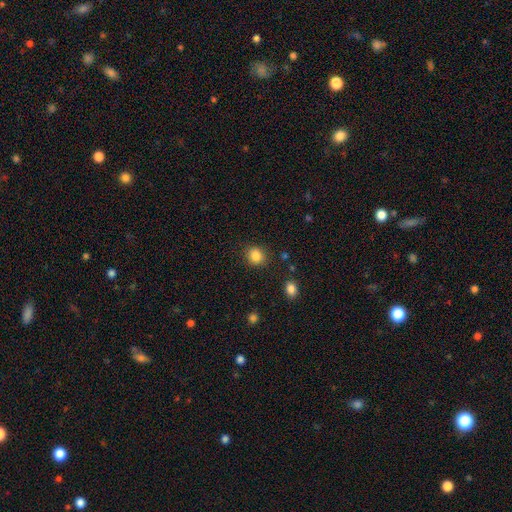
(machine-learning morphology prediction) smooth-or-featured: smooth: 87% | star or artifact: 10% | featured or disk: 4%
  how-rounded: round: 75% | in between: 24% | cigar-shaped: 1%
  merging: none: 85% | minor disturbance: 10% | major disturbance: 3% | merger: 2%